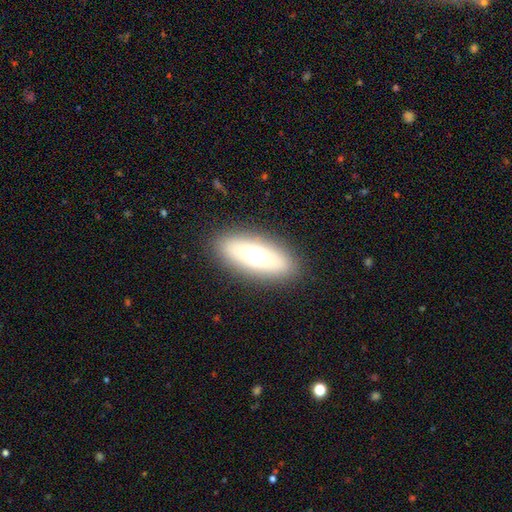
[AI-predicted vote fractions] A smooth galaxy with no disk features (61%) that is in between round and cigar-shaped (71%).

Vote fractions:
- Smooth or featured? smooth: 61% / featured or disk: 29% / star or artifact: 9%
- How rounded? in between: 71% / cigar-shaped: 24% / round: 5%
- Merging? none: 87% / minor disturbance: 9% / major disturbance: 3% / merger: 1%